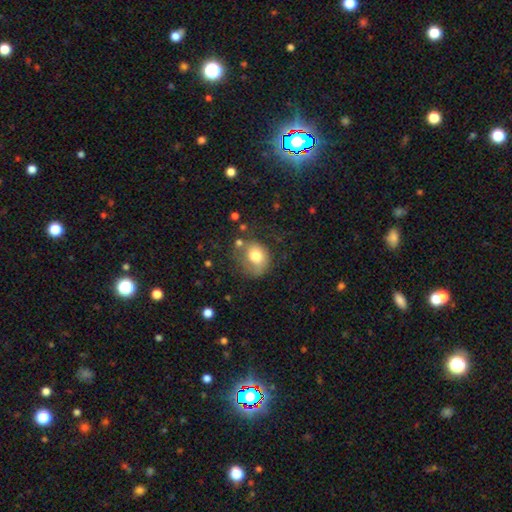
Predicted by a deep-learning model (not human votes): A smooth galaxy with no disk features (71%) that is round (60%). Merging: none (45%).